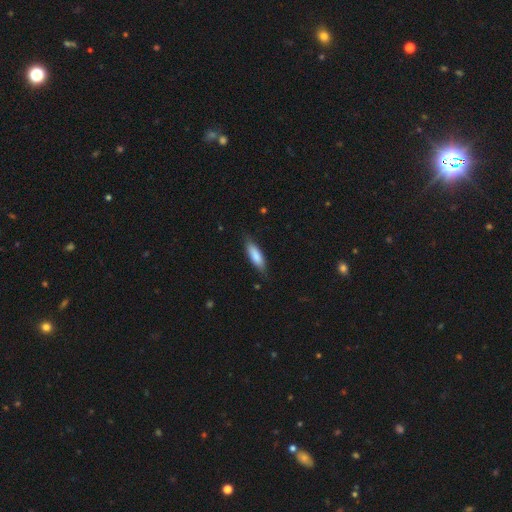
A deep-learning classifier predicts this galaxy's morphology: Smooth or featured?
  - smooth: 80% *
  - featured or disk: 14%
  - star or artifact: 6%
How rounded?
  - cigar-shaped: 52% *
  - in between: 47%
  - round: 2%
Merging?
  - none: 78% *
  - minor disturbance: 18%
  - major disturbance: 3%
  - merger: 1%